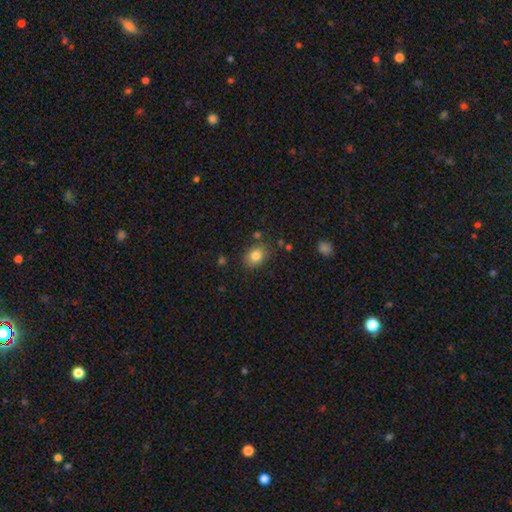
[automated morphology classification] The model was most divided on "how rounded": in between: 63%, round: 36%, cigar-shaped: 1%. More confident: smooth or featured — smooth (82%); merging — none (80%).